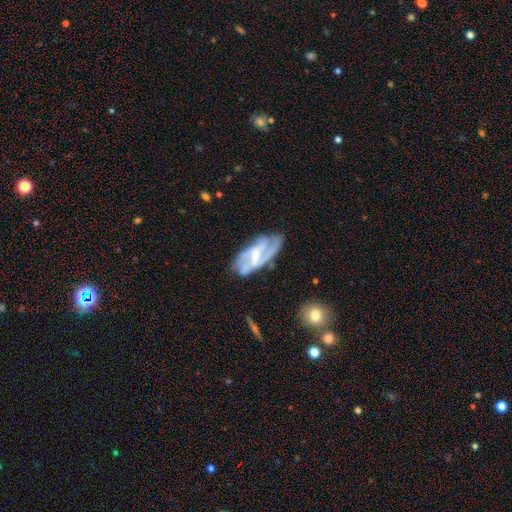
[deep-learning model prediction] Smooth or featured? Predicted: featured or disk (p=0.83). Edge-on disk? Predicted: no (p=0.93). Bar? Predicted: weak (p=0.44). Spiral arms? Predicted: yes (p=0.92). Spiral winding? Predicted: medium (p=0.46). Spiral arm count? Predicted: 2 (p=0.52). Bulge size? Predicted: small (p=0.57). Merging? Predicted: none (p=0.62).